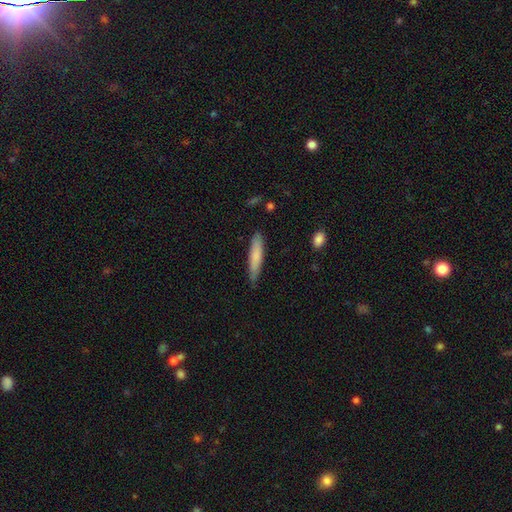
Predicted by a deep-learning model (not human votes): Smooth or featured? Predicted: smooth (p=0.77). How rounded? Predicted: cigar-shaped (p=0.88). Merging? Predicted: none (p=0.82).